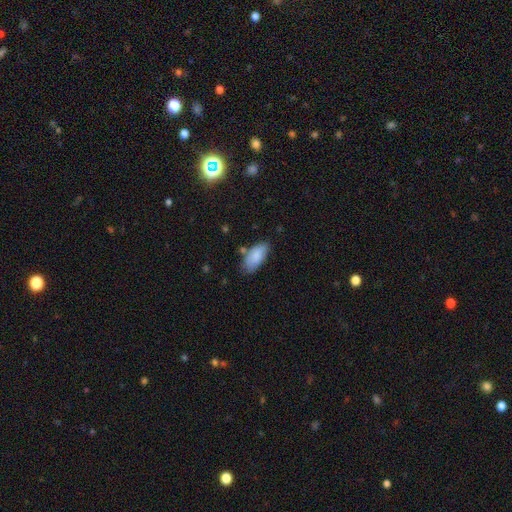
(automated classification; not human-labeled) smooth 84%, featured or disk 10%, star or artifact 6%. Down the decision tree: how rounded — in between (92%); merging — none (67%).